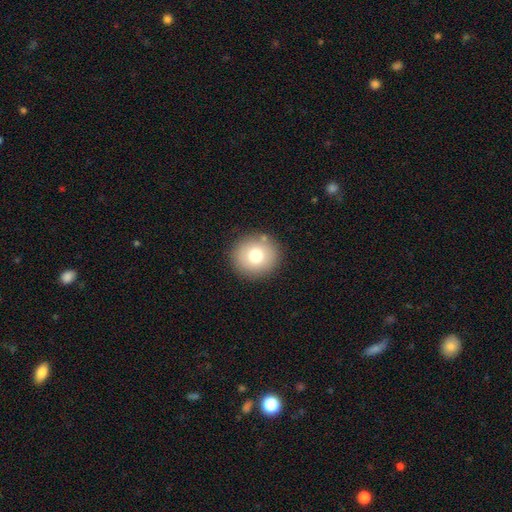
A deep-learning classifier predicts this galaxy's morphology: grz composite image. It shows a smooth galaxy with no disk features (75%) that is round (91%). Merging: none (88%).